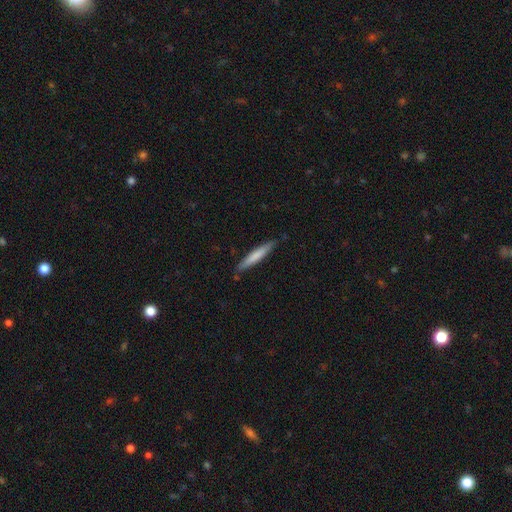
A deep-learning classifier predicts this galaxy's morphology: This appears to be a smooth galaxy with no disk features (68%) that is cigar-shaped (94%). Merging: none (86%).